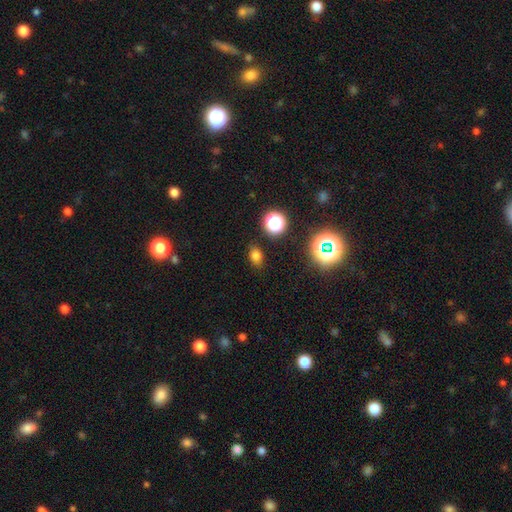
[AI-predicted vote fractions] smooth 74%, star or artifact 20%, featured or disk 6%. Down the decision tree: how rounded — in between (71%); merging — none (84%).